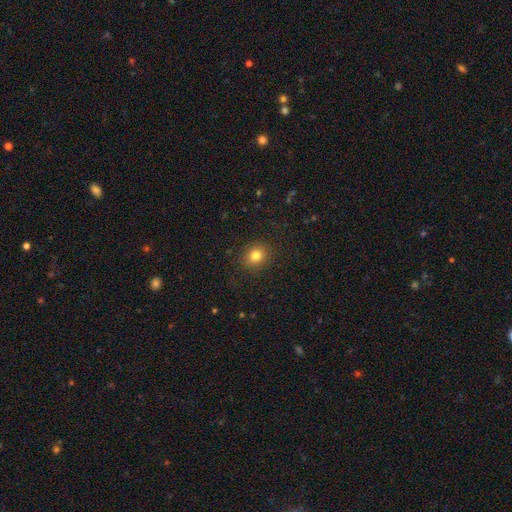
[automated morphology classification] A smooth galaxy with no disk features (81%) that is round (75%). Merging: none (89%).